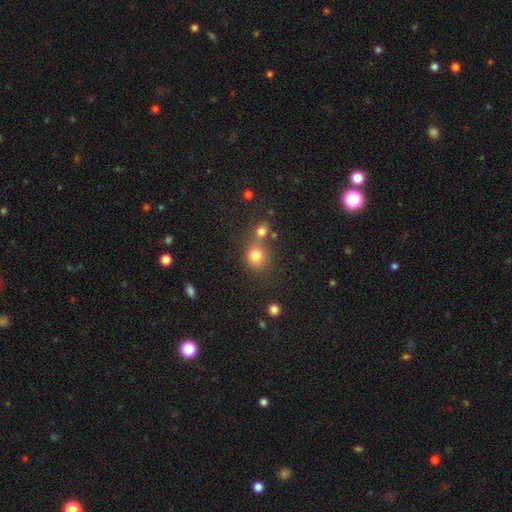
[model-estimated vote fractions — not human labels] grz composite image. It shows a smooth galaxy with no disk features (79%) that is round (86%). Merging: none (55%).